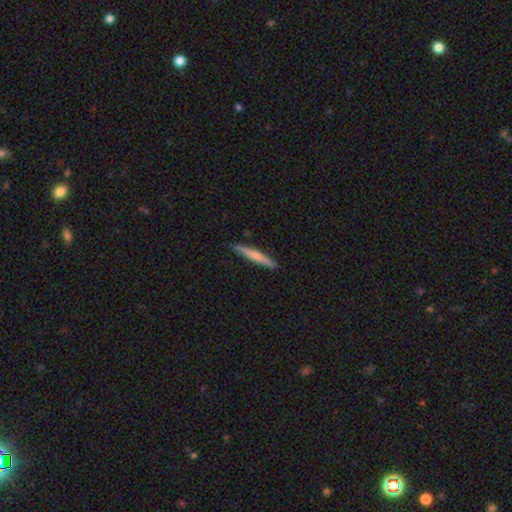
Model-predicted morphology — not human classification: A smooth galaxy with no disk features (62%) that is cigar-shaped (95%).

Vote fractions:
- Smooth or featured? smooth: 62% / featured or disk: 33% / star or artifact: 5%
- How rounded? cigar-shaped: 95% / in between: 4% / round: 1%
- Merging? none: 89% / minor disturbance: 9% / major disturbance: 1% / merger: 1%